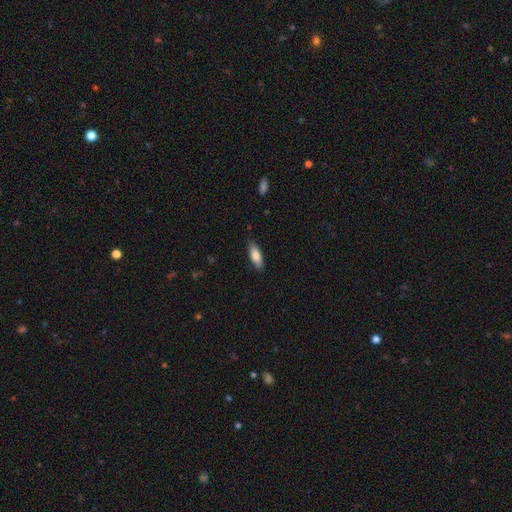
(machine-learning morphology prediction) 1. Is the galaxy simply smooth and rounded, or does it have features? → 82% smooth, 12% featured or disk, 6% star or artifact.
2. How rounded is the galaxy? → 65% in between, 34% cigar-shaped, 2% round.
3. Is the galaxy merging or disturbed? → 85% none, 12% minor disturbance, 2% major disturbance, 1% merger.